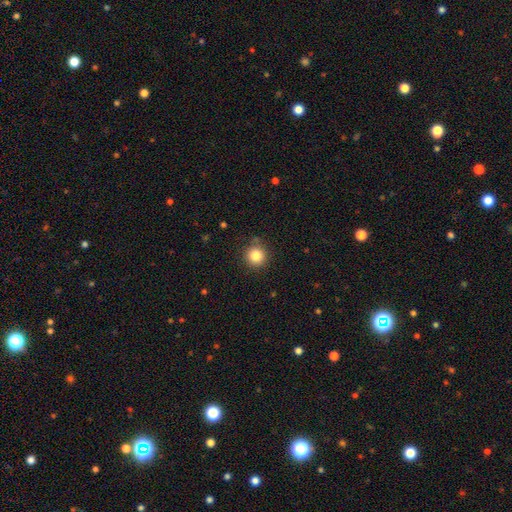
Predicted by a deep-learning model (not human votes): smooth 83%, star or artifact 12%, featured or disk 6%. Down the decision tree: how rounded — round (94%); merging — none (87%).